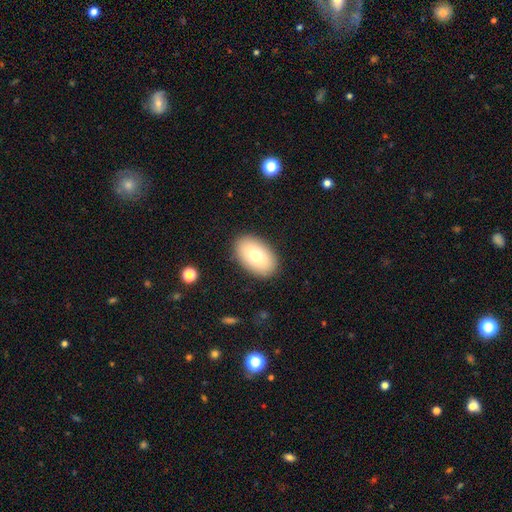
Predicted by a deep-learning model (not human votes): Q: Smooth or featured?
A: smooth (75%); runner-up: featured or disk (18%)
Q: How rounded?
A: in between (91%); runner-up: round (7%)
Q: Merging?
A: none (88%); runner-up: minor disturbance (8%)